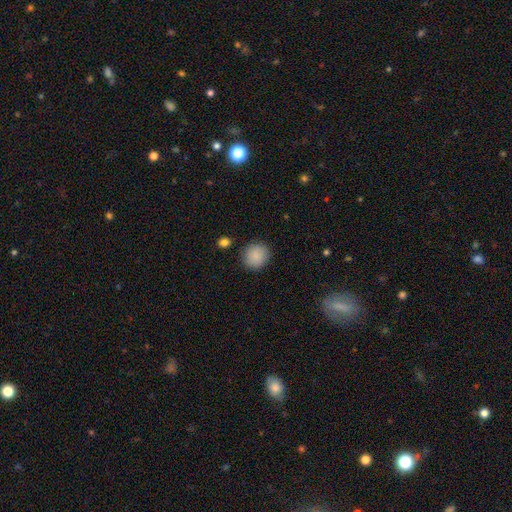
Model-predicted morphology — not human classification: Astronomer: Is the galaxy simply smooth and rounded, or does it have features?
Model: smooth — 88%.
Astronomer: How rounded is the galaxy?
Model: round — 87%.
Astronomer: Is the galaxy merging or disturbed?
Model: none — 88%.